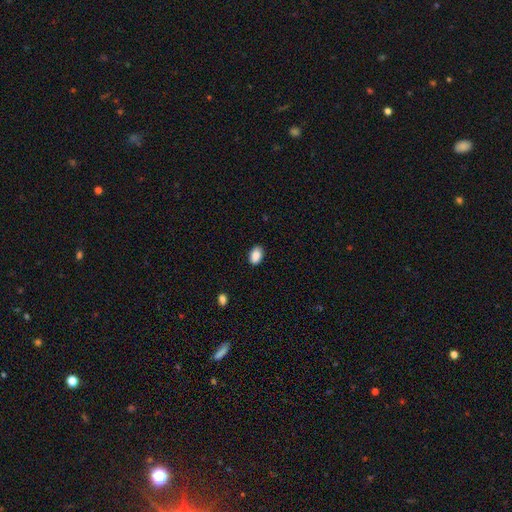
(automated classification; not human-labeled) Smooth or featured? Predicted: smooth (p=0.90). How rounded? Predicted: in between (p=0.86). Merging? Predicted: none (p=0.88).